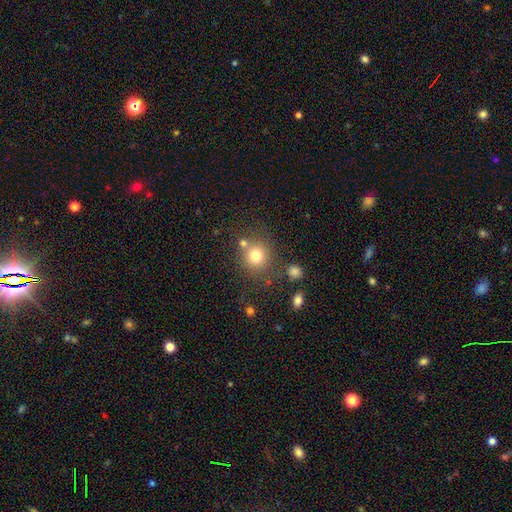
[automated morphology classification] Smooth or featured: smooth — 77% (star or artifact — 14%)
How rounded: round — 90% (in between — 9%)
Merging: none — 72% (merger — 13%)